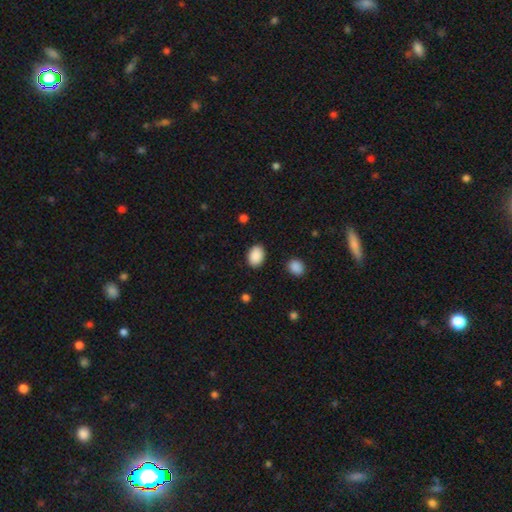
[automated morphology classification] Smooth or featured?
  - smooth: 89% *
  - star or artifact: 8%
  - featured or disk: 3%
How rounded?
  - in between: 76% *
  - round: 23%
  - cigar-shaped: 1%
Merging?
  - none: 87% *
  - minor disturbance: 9%
  - major disturbance: 2%
  - merger: 2%